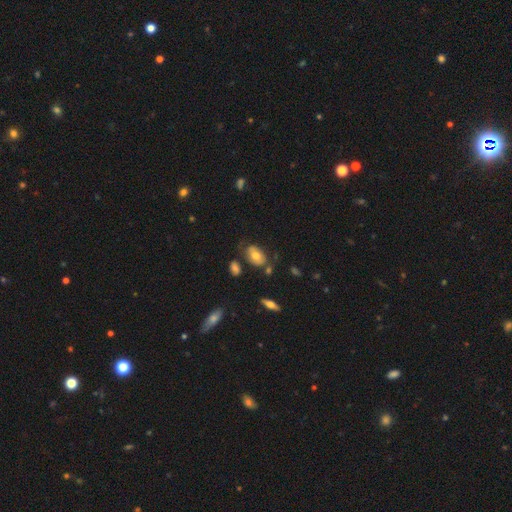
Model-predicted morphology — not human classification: This is likely a smooth galaxy (62%). How rounded: clearly in between (87%). Merging: possibly none (57%).